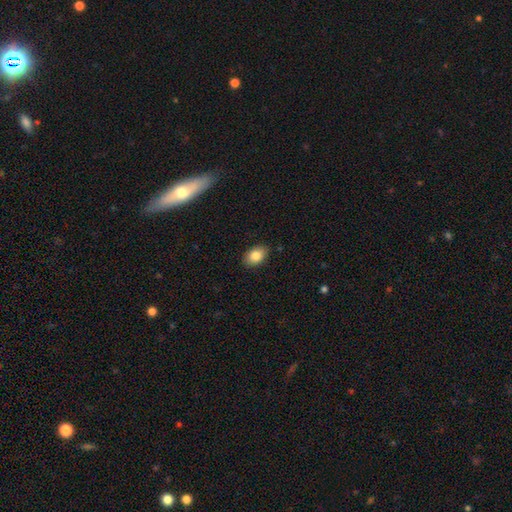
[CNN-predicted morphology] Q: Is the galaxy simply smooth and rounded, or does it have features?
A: smooth — 84%.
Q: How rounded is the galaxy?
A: in between — 87%.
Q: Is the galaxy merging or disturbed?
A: none — 87%.